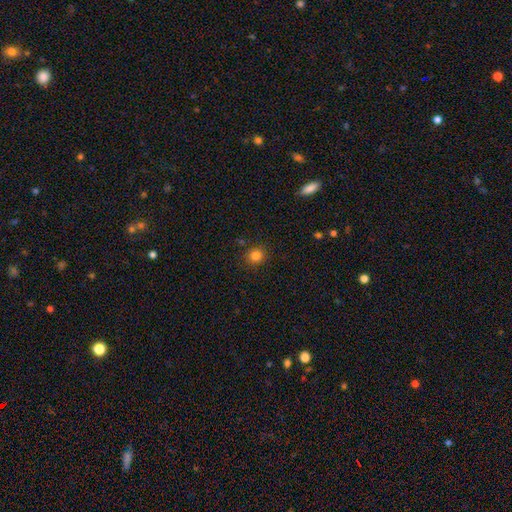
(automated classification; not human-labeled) Smooth or featured: smooth — 82% (star or artifact — 13%)
How rounded: round — 86% (in between — 13%)
Merging: none — 87% (minor disturbance — 8%)